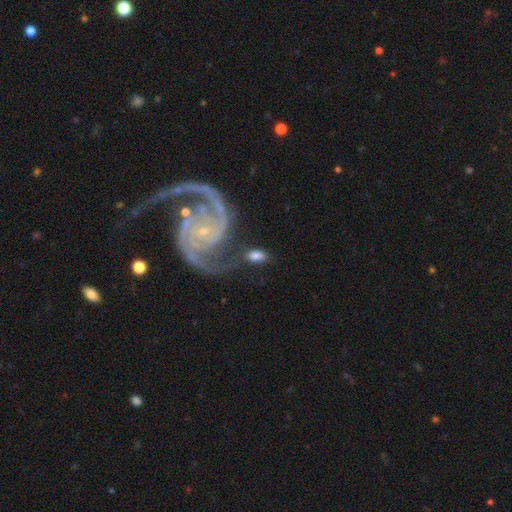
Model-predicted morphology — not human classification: Smooth or featured: smooth — 59% (featured or disk — 34%)
How rounded: in between — 90% (round — 6%)
Merging: none — 60% (minor disturbance — 18%)